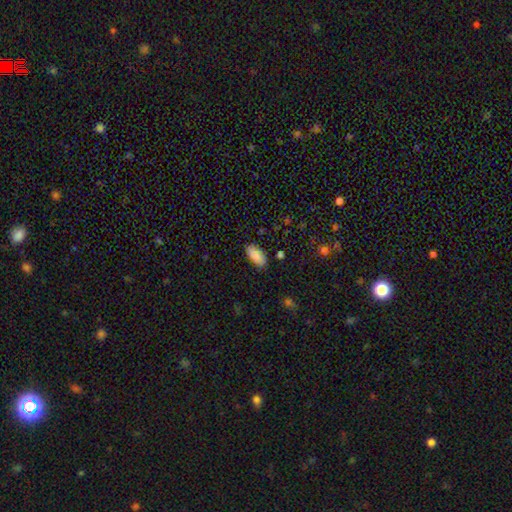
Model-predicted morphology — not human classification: A smooth galaxy with no disk features (88%) that is in between round and cigar-shaped (93%). Merging: none (84%).